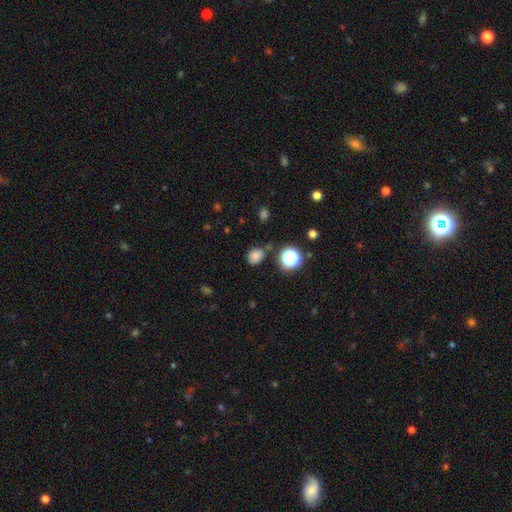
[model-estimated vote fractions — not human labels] Overall: smooth (75%). How rounded: round (66%; in between 33%). Merging: none (73%).